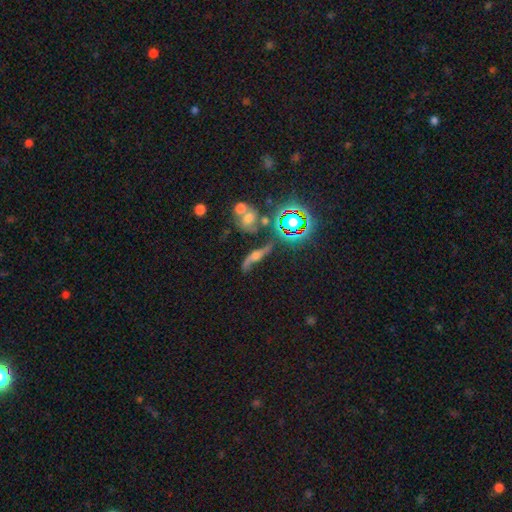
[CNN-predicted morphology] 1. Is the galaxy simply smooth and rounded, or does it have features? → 64% featured or disk, 19% smooth, 17% star or artifact.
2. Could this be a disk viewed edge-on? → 68% no, 32% yes.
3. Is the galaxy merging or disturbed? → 56% none, 19% minor disturbance, 14% major disturbance, 11% merger.